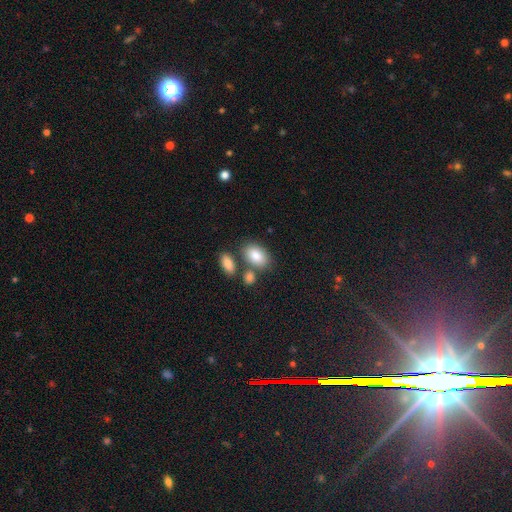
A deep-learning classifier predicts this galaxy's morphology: The model was most divided on "merging": none: 61%, merger: 21%, minor disturbance: 13%, major disturbance: 4%. More confident: how rounded — in between (90%); smooth or featured — smooth (84%).